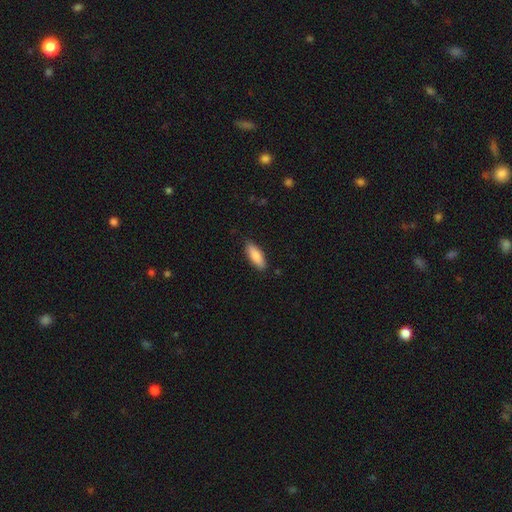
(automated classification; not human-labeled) A smooth galaxy with no disk features (84%) that is in between round and cigar-shaped (62%).

Vote fractions:
- Smooth or featured? smooth: 84% / featured or disk: 11% / star or artifact: 6%
- How rounded? in between: 62% / cigar-shaped: 36% / round: 2%
- Merging? none: 87% / minor disturbance: 10% / major disturbance: 2% / merger: 1%